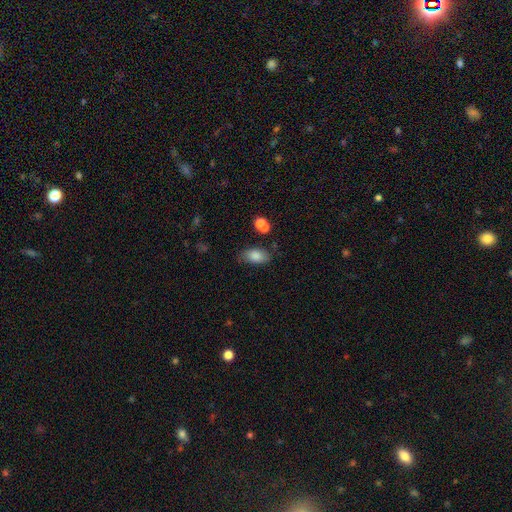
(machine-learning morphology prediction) Overall: smooth (83%). How rounded: in between (91%). Merging: none (75%).